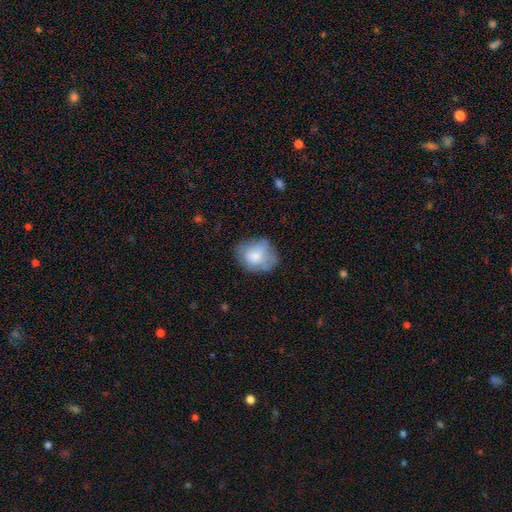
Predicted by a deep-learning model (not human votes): A smooth galaxy with no disk features (70%) that is round (51%). Merging: none (56%).